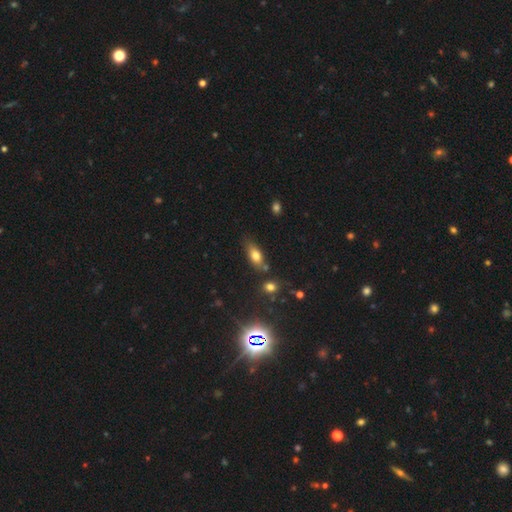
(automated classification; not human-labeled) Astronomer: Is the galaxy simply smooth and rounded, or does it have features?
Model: smooth — 74%.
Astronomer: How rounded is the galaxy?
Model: in between — 79%.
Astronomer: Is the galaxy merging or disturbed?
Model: none — 61%.